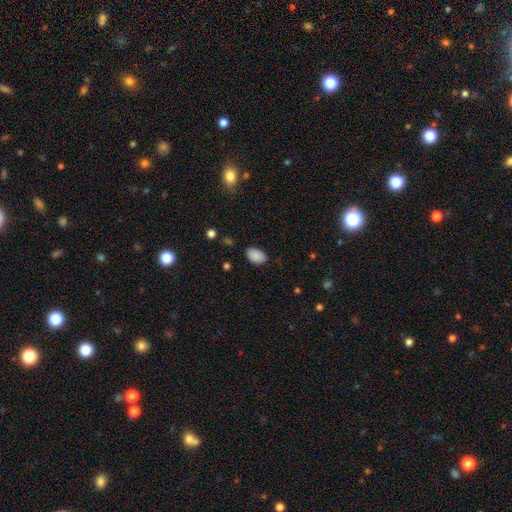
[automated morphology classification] smooth_or_featured: smooth (p=0.88) [alt: star or artifact p=0.08]
how_rounded: in between (p=0.89) [alt: round p=0.10]
merging: none (p=0.82) [alt: minor disturbance p=0.14]